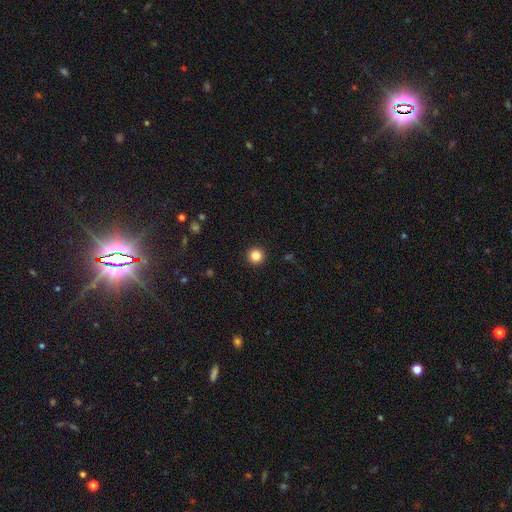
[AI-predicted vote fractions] Smooth or featured? smooth (85%)
How rounded? round (96%)
Merging? none (93%)